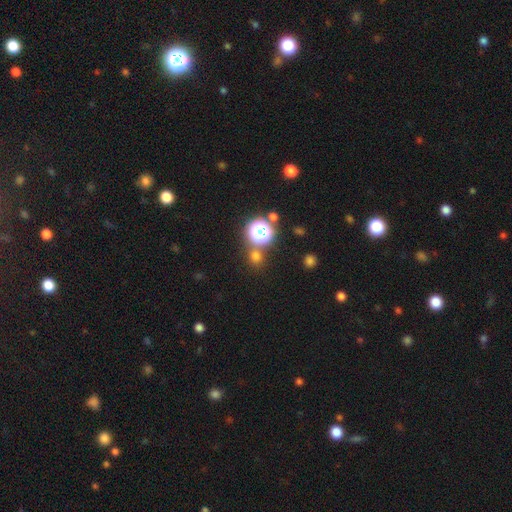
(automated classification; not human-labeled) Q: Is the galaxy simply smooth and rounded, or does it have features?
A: smooth — 63%.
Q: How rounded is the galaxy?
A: round — 85%.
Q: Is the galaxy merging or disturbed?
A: none — 74%.